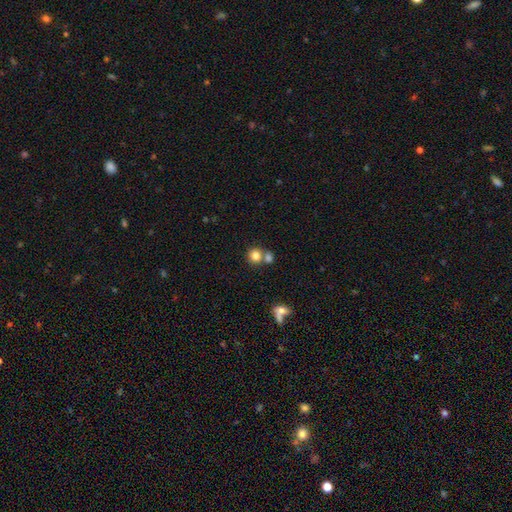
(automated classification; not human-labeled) Q: Smooth or featured?
A: smooth (81%); runner-up: star or artifact (11%)
Q: How rounded?
A: round (86%); runner-up: in between (13%)
Q: Merging?
A: none (53%); runner-up: merger (36%)